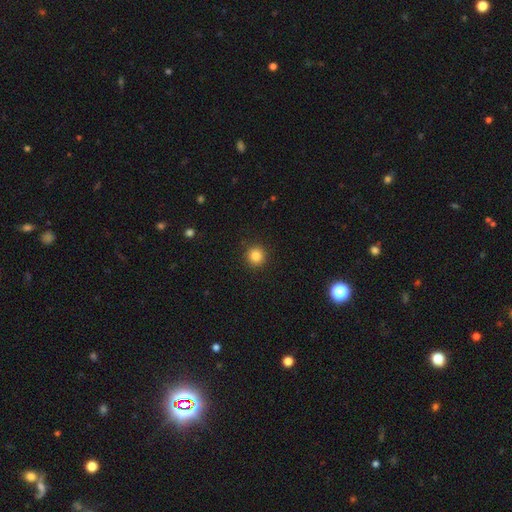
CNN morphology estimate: Smooth or featured? Predicted: smooth (p=0.85). How rounded? Predicted: round (p=0.95). Merging? Predicted: none (p=0.92).